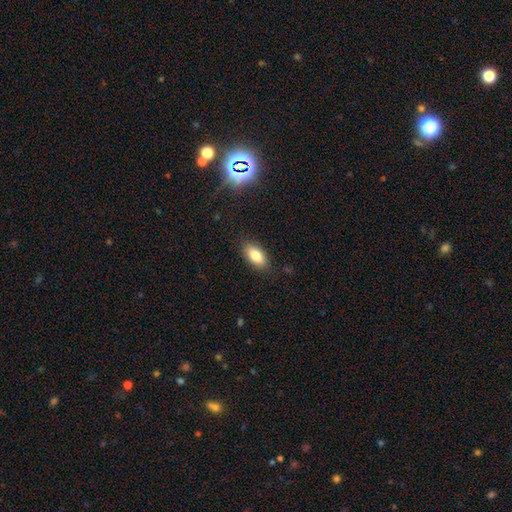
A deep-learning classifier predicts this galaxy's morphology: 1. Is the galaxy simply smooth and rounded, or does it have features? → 82% smooth, 10% featured or disk, 8% star or artifact.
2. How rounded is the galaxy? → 89% in between, 7% cigar-shaped, 4% round.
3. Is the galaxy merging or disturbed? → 85% none, 11% minor disturbance, 3% major disturbance, 1% merger.